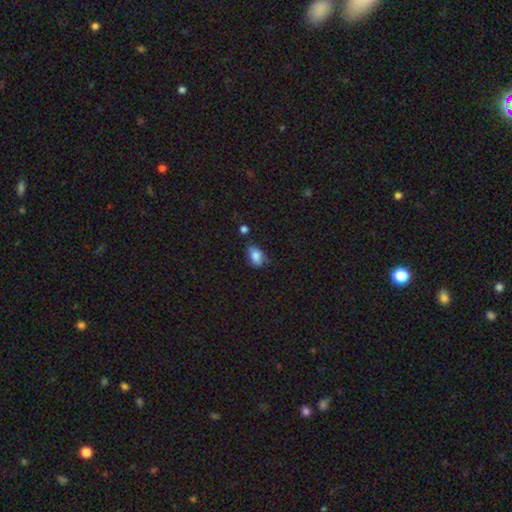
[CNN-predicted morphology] A smooth galaxy with no disk features (83%) that is in between round and cigar-shaped (82%). Merging: none (55%).